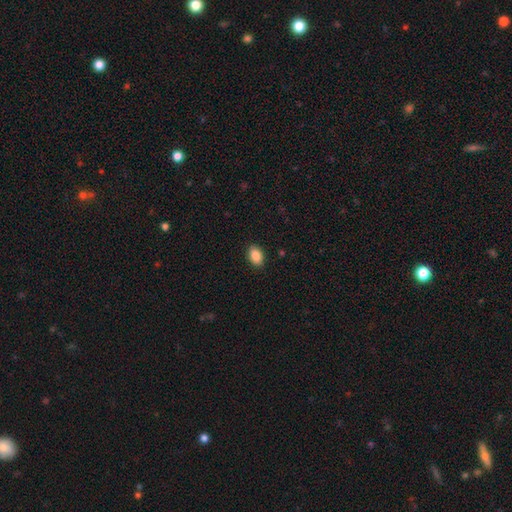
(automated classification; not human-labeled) A smooth galaxy with no disk features (88%) that is in between round and cigar-shaped (89%). Merging: none (89%).